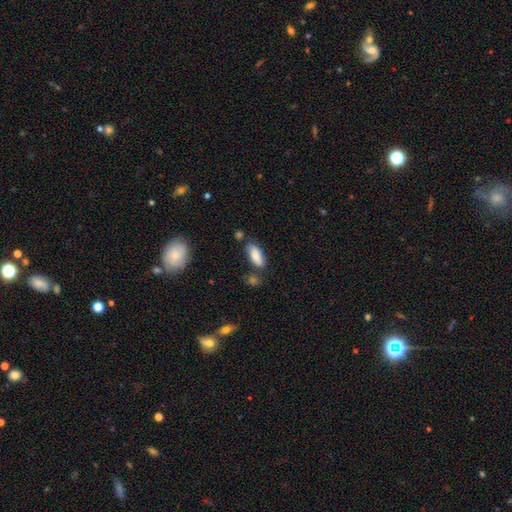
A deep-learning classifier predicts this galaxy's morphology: Q: Smooth or featured?
A: smooth (83%); runner-up: featured or disk (10%)
Q: How rounded?
A: in between (77%); runner-up: cigar-shaped (21%)
Q: Merging?
A: none (65%); runner-up: minor disturbance (21%)